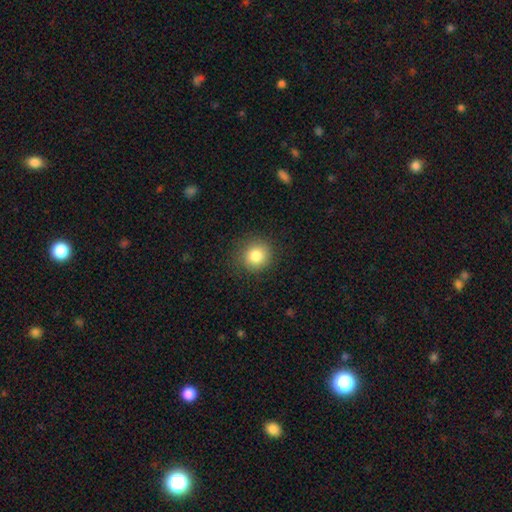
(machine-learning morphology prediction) Q: Smooth or featured?
A: smooth (84%); runner-up: star or artifact (10%)
Q: How rounded?
A: round (89%); runner-up: in between (10%)
Q: Merging?
A: none (87%); runner-up: minor disturbance (9%)